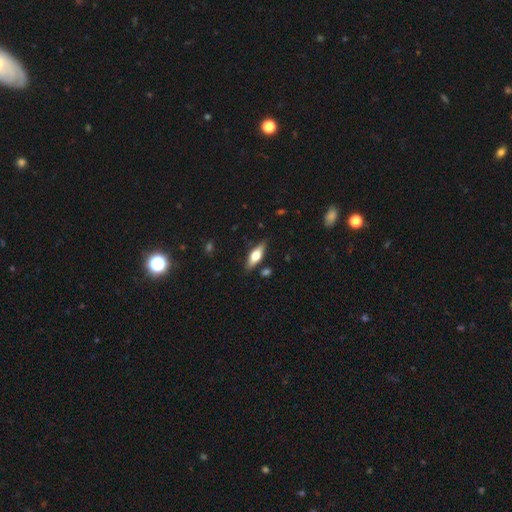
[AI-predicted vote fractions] A smooth galaxy with no disk features (50%) that is in between round and cigar-shaped (58%). Merging: none (84%).